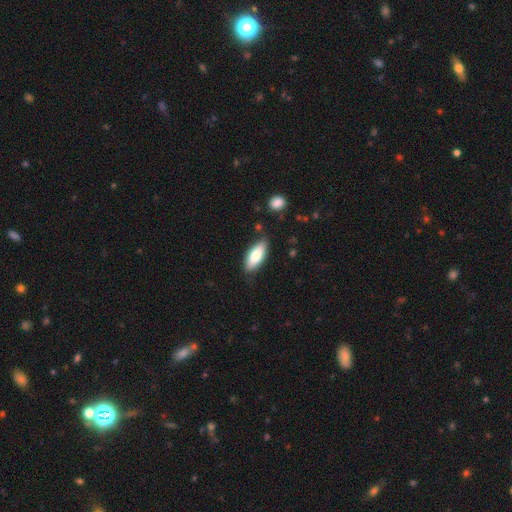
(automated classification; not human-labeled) Morphology: type=smooth (78%); roundness=in between (75%); merging=none (82%).